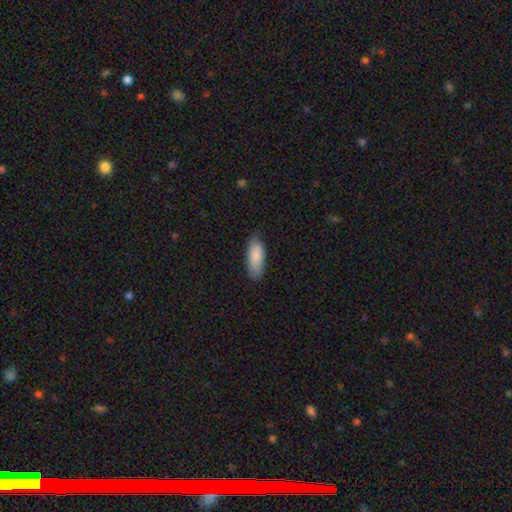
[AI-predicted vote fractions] smooth 86%, featured or disk 8%, star or artifact 6%. Down the decision tree: how rounded — in between (77%); merging — none (73%).